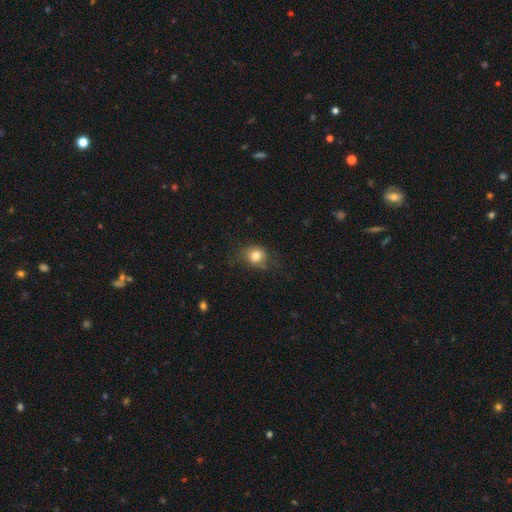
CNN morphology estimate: This is clearly a smooth galaxy (80%). How rounded: likely round (66%). Merging: likely none (62%).